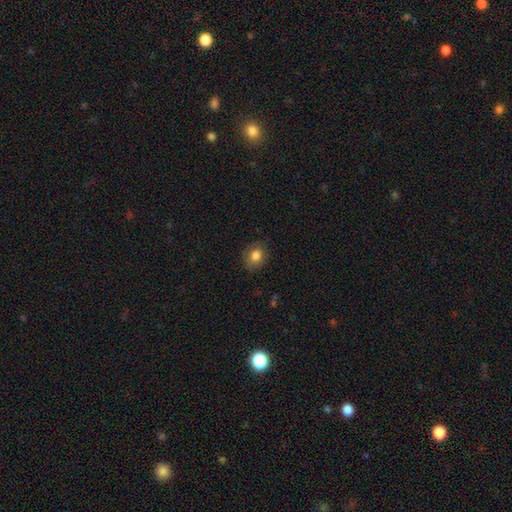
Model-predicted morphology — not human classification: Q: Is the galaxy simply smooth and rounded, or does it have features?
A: smooth — 81%.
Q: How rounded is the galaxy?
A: round — 51%.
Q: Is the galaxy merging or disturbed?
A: none — 82%.